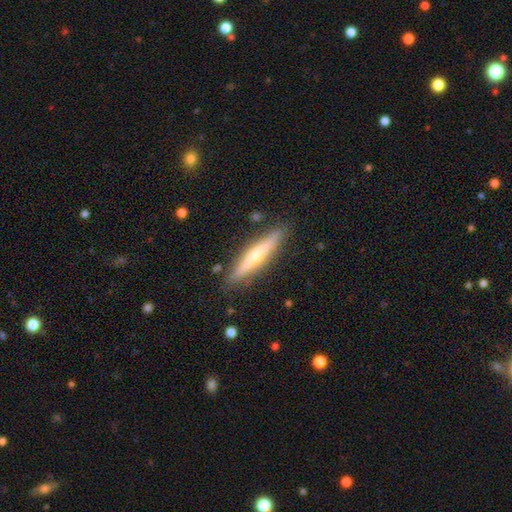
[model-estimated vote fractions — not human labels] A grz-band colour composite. It shows a featured or disk galaxy (52%) viewed edge-on (94%). Merging: none (87%).